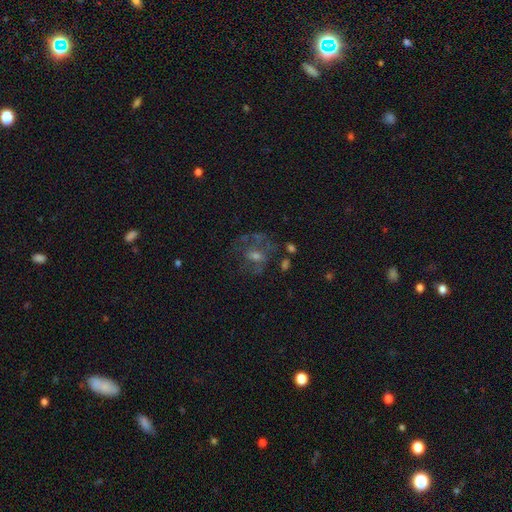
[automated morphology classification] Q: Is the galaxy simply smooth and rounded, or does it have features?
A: featured or disk — 59%.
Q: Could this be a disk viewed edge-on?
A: no — 97%.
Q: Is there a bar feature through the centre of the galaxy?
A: no — 62%.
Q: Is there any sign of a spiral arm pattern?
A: yes — 55%.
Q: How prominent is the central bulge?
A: moderate — 45%.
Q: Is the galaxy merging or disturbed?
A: none — 54%.